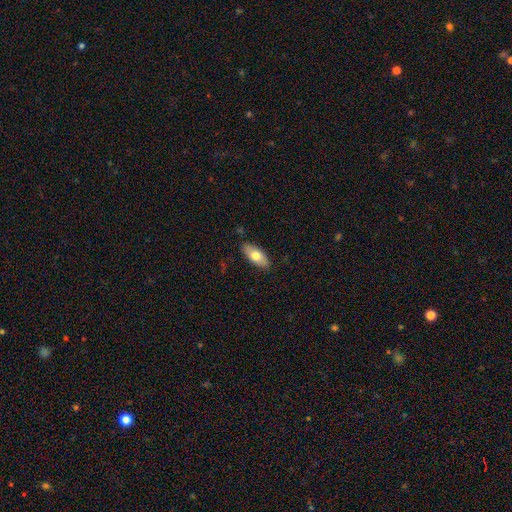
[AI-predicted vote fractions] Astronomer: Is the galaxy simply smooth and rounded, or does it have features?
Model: smooth — 72%.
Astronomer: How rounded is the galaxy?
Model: in between — 87%.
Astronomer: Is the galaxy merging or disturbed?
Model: none — 86%.